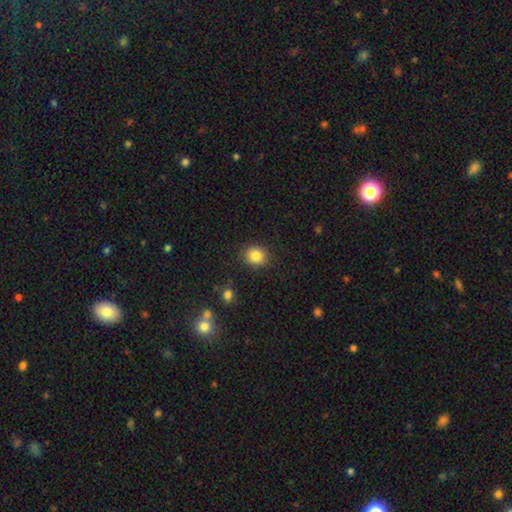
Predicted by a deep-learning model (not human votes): smooth_or_featured: smooth (p=0.85) [alt: star or artifact p=0.10]
how_rounded: round (p=0.81) [alt: in between p=0.18]
merging: none (p=0.89) [alt: minor disturbance p=0.07]